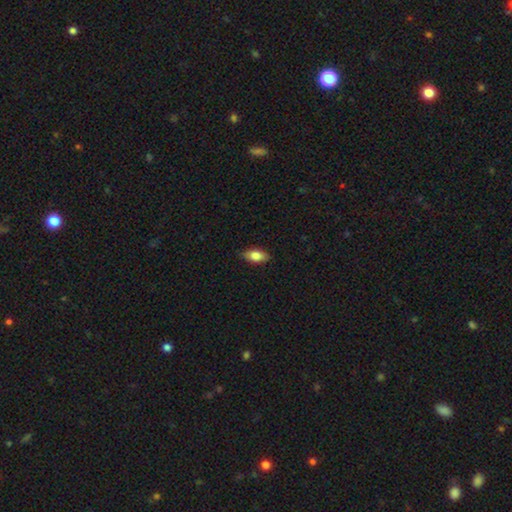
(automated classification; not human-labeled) Morphology: type=smooth (80%); roundness=in between (89%); merging=none (84%).